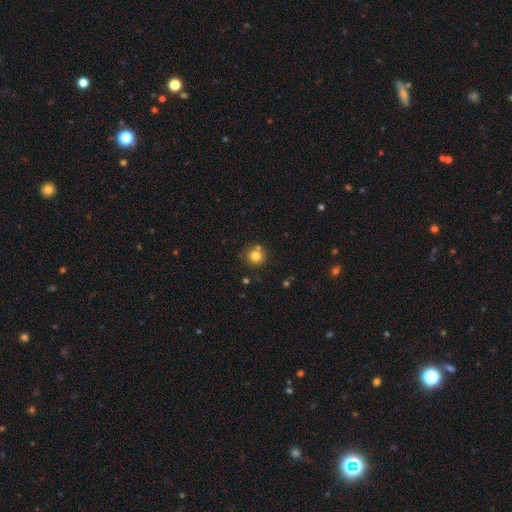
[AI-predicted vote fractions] This appears to be a smooth galaxy with no disk features (80%) that is round (91%). Merging: none (74%).